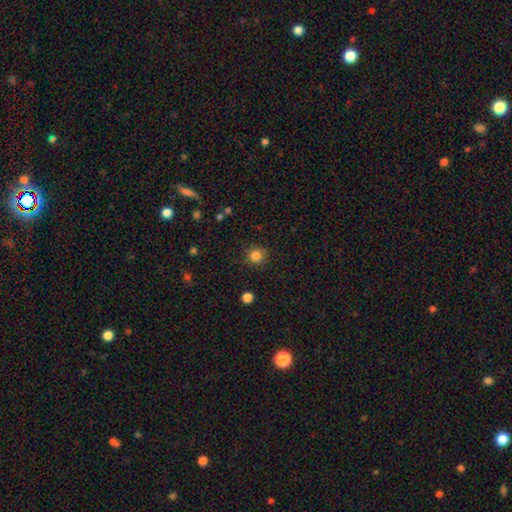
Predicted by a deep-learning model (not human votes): Smooth or featured? smooth (83%)
How rounded? round (92%)
Merging? none (88%)